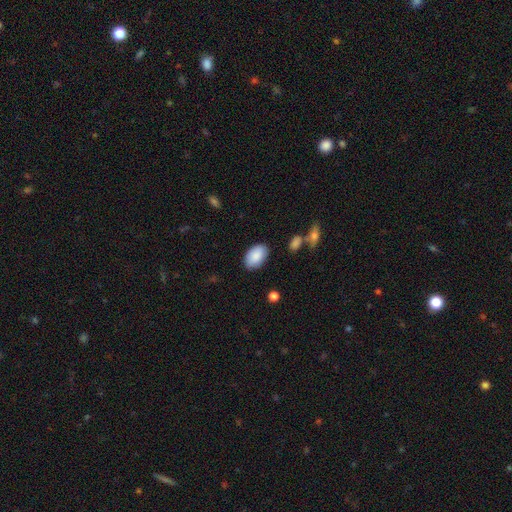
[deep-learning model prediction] Smooth or featured? Predicted: smooth (p=0.89). How rounded? Predicted: in between (p=0.92). Merging? Predicted: none (p=0.84).